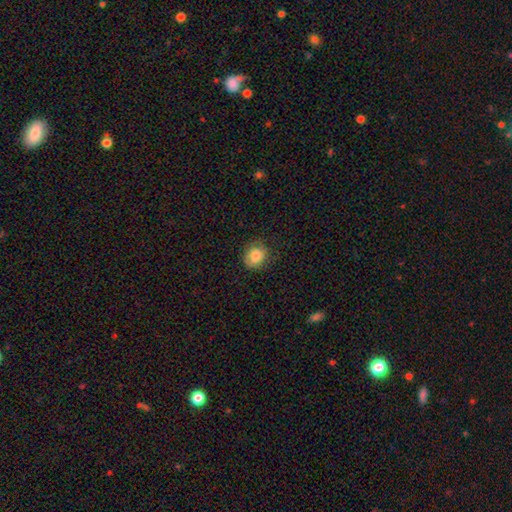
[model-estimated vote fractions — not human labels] A smooth galaxy with no disk features (81%) that is round (70%). Merging: none (73%).